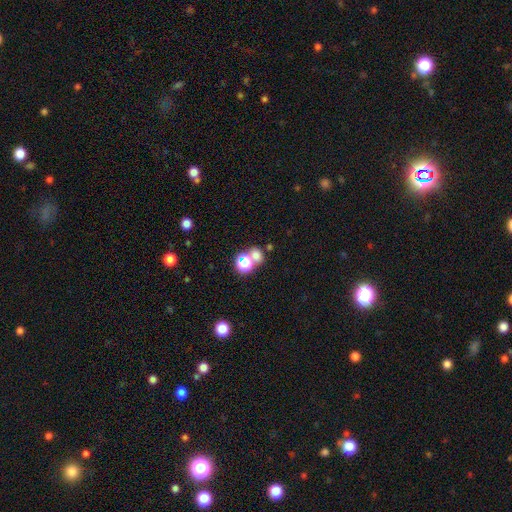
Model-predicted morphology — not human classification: Smooth or featured?
  - smooth: 65% *
  - star or artifact: 25%
  - featured or disk: 9%
How rounded?
  - round: 64% *
  - in between: 34%
  - cigar-shaped: 1%
Merging?
  - none: 51% *
  - merger: 37%
  - minor disturbance: 8%
  - major disturbance: 4%